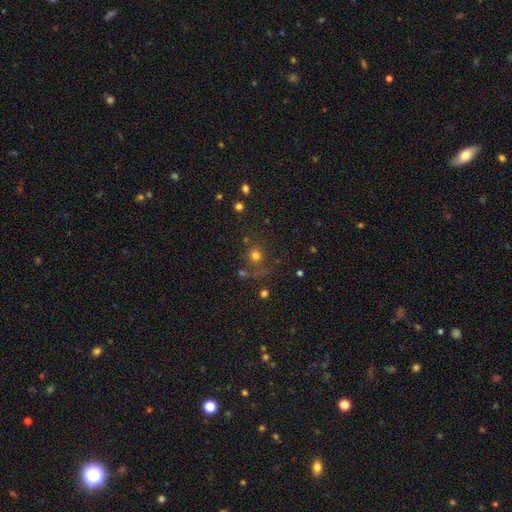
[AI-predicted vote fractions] The model was most divided on "smooth or featured": smooth: 70%, star or artifact: 20%, featured or disk: 9%. More confident: how rounded — round (91%); merging — none (68%).